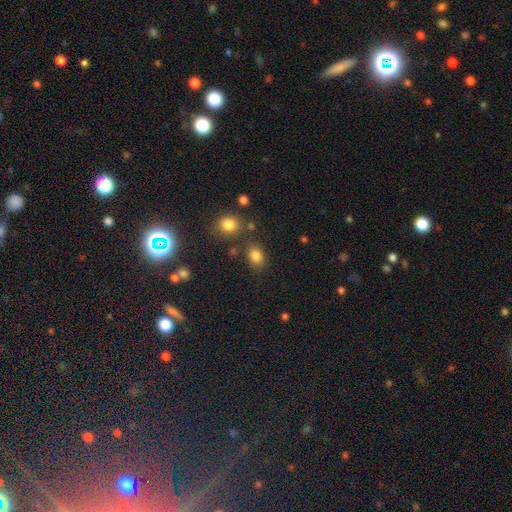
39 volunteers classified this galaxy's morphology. Overall: smooth (85%). How rounded: in between (61%; round 39%). Merging: none (86%).